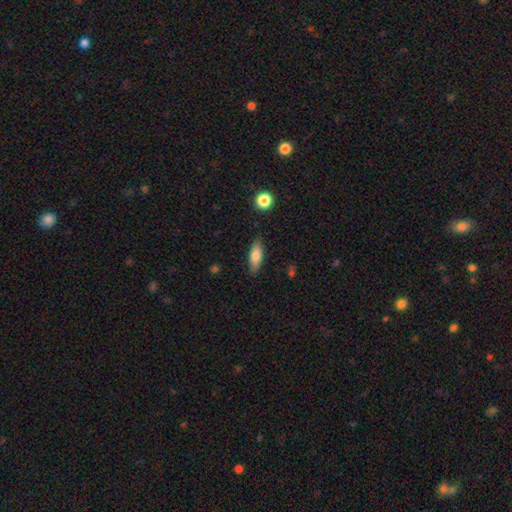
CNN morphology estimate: This is likely a smooth galaxy (77%). How rounded: likely in between (64%). Merging: clearly none (85%).